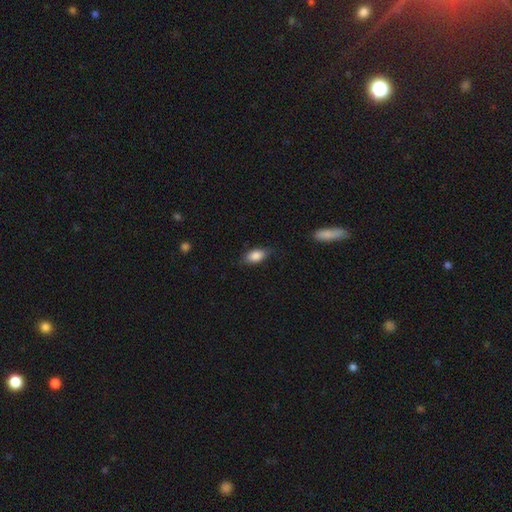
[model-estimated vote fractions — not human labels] Smooth or featured? smooth (85%)
How rounded? in between (88%)
Merging? none (75%)